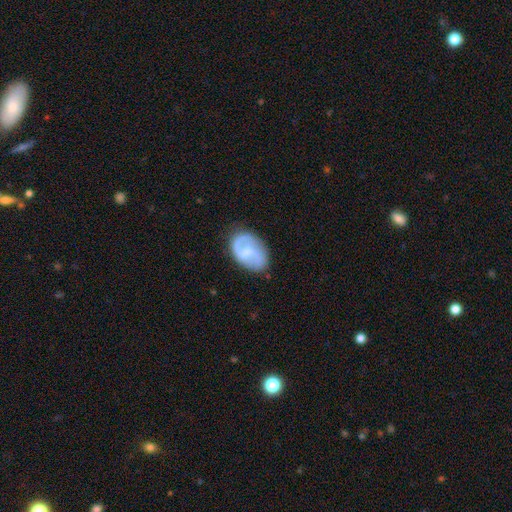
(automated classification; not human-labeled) featured or disk 66%, smooth 28%, star or artifact 6%. Down the decision tree: edge-on disk — no (97%); bar — weak (52%); spiral arms — yes (82%); spiral arm count — 2 (73%); spiral winding — medium (44%); bulge size — small (35%); merging — none (64%).